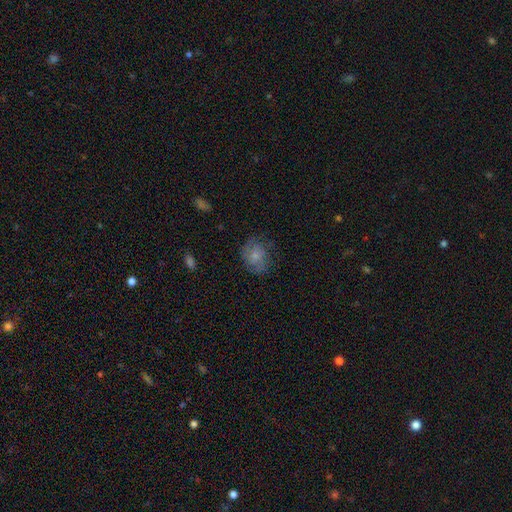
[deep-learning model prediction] Smooth or featured: smooth — 62% (featured or disk — 30%)
How rounded: round — 58% (in between — 41%)
Merging: none — 66% (minor disturbance — 23%)